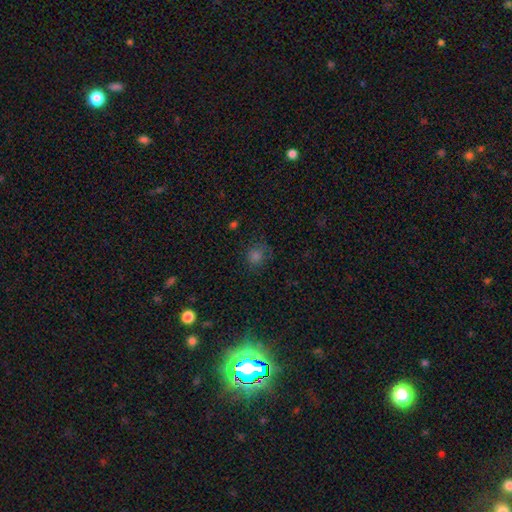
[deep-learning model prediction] This appears to be a smooth galaxy with no disk features (59%) that is round (84%). Merging: none (78%).